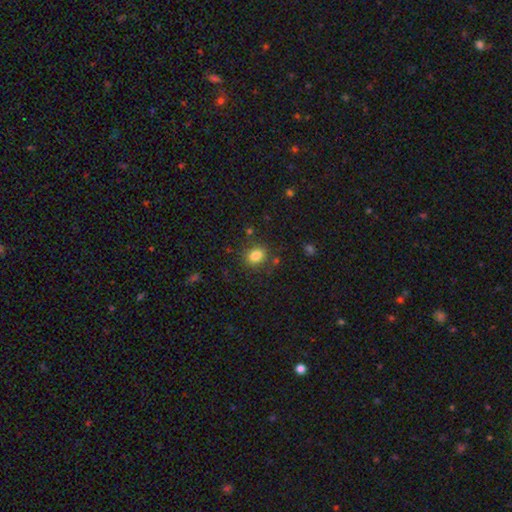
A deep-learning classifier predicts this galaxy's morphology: The model was most divided on "how rounded": in between: 57%, round: 41%, cigar-shaped: 1%. More confident: smooth or featured — smooth (83%); merging — none (81%).